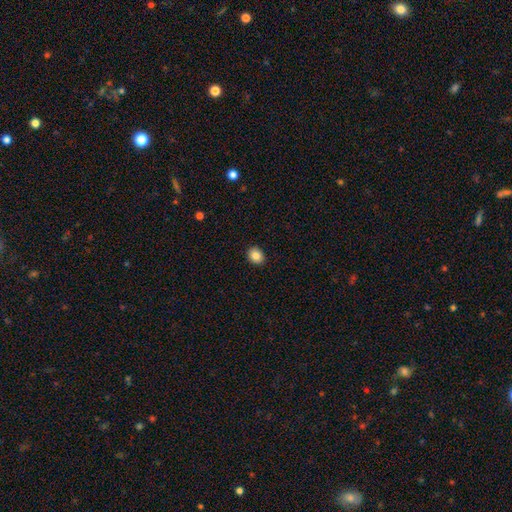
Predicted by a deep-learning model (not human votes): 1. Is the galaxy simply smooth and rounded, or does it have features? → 86% smooth, 9% star or artifact, 5% featured or disk.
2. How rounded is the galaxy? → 53% round, 46% in between, 1% cigar-shaped.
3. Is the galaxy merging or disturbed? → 91% none, 7% minor disturbance, 2% major disturbance, 1% merger.